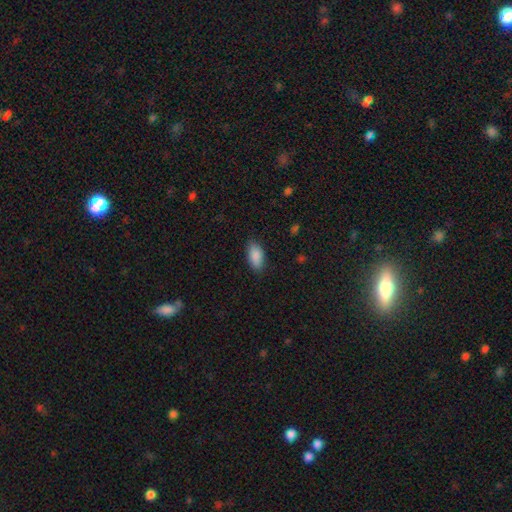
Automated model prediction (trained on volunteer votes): A smooth galaxy with no disk features (89%) that is in between round and cigar-shaped (92%).

Vote fractions:
- Smooth or featured? smooth: 89% / star or artifact: 7% / featured or disk: 4%
- How rounded? in between: 92% / cigar-shaped: 5% / round: 3%
- Merging? none: 85% / minor disturbance: 12% / major disturbance: 3% / merger: 1%